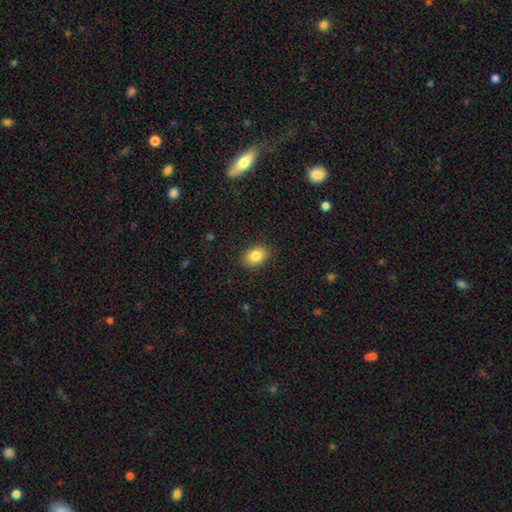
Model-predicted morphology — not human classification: A smooth galaxy with no disk features (85%) that is in between round and cigar-shaped (79%). Merging: none (88%).